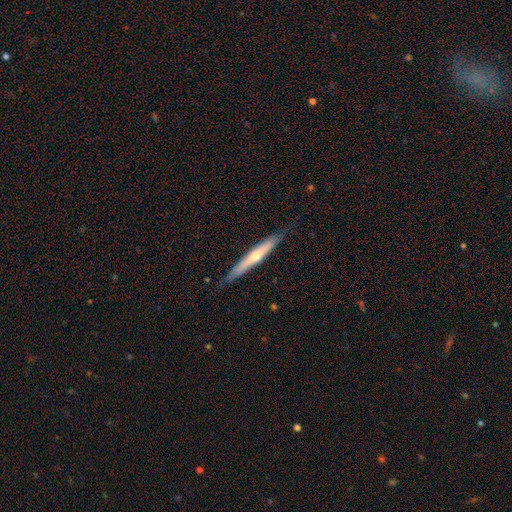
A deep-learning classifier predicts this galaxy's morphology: Overall: featured or disk (59%; smooth 35%). Edge-on disk: yes (94%). Edge-on bulge: rounded (74%). Merging: none (84%).